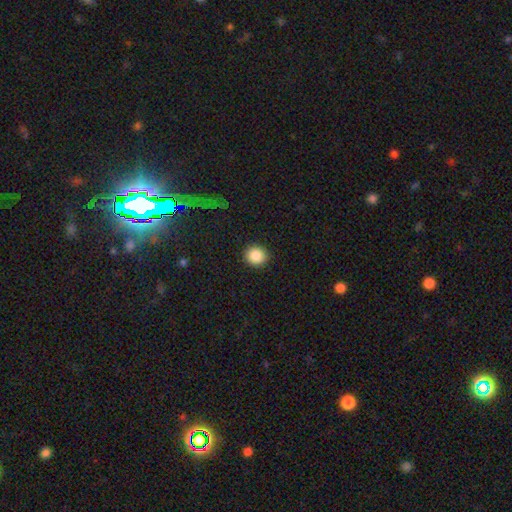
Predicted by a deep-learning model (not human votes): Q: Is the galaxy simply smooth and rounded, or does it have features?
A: smooth — 87%.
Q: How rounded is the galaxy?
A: round — 90%.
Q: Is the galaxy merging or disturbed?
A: none — 92%.